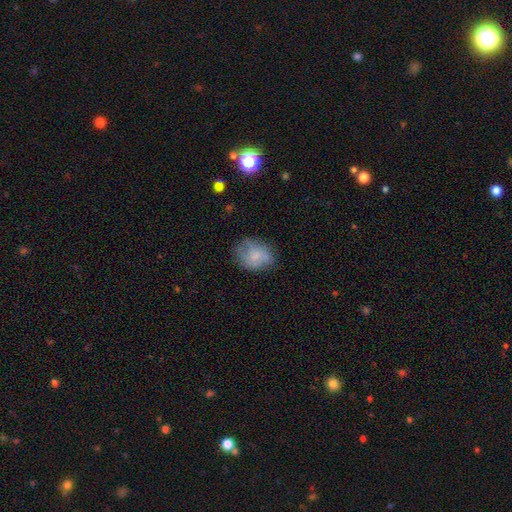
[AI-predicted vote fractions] smooth 61%, featured or disk 31%, star or artifact 9%. Down the decision tree: how rounded — in between (60%); merging — none (59%).